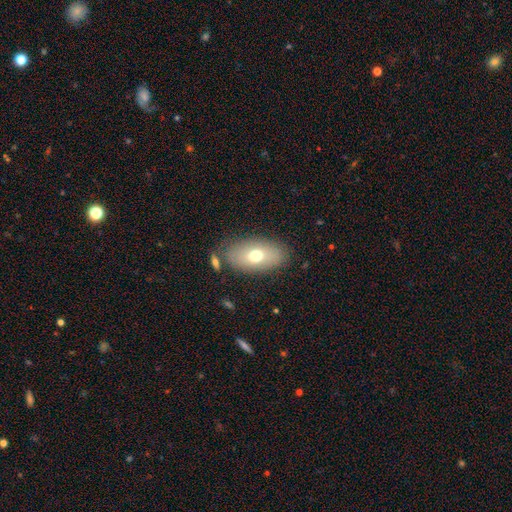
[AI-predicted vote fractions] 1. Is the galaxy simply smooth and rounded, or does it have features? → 68% smooth, 23% featured or disk, 8% star or artifact.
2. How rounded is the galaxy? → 90% in between, 7% round, 3% cigar-shaped.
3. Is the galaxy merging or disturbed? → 78% none, 13% minor disturbance, 5% merger, 4% major disturbance.